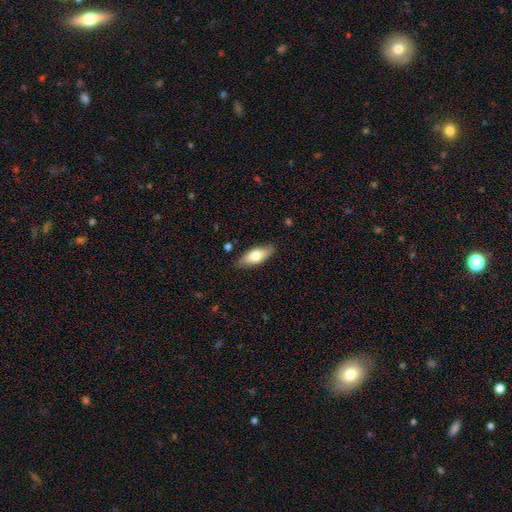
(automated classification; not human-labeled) This is likely a smooth galaxy (71%). How rounded: likely in between (77%). Merging: clearly none (84%).